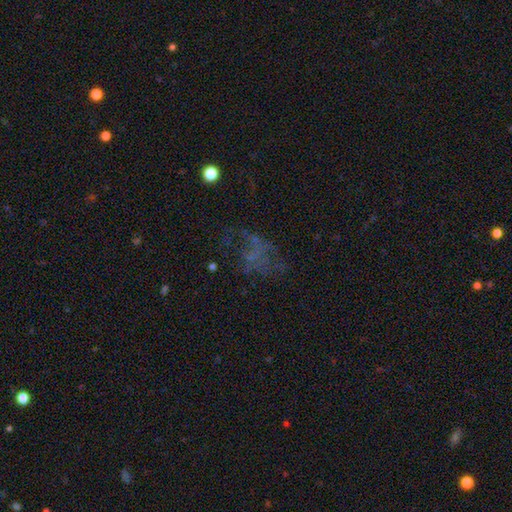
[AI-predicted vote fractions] Q: Smooth or featured?
A: featured or disk (43%); runner-up: star or artifact (29%)
Q: Merging?
A: none (43%); runner-up: major disturbance (37%)